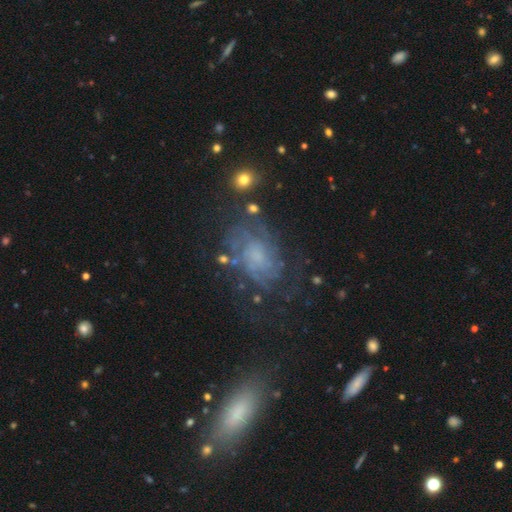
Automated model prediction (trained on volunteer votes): Morphology: type=featured or disk (61%); edge-on=no (96%); bar=no (73%); spiral arms=yes (81%); bulge=small (47%); merging=none (63%).